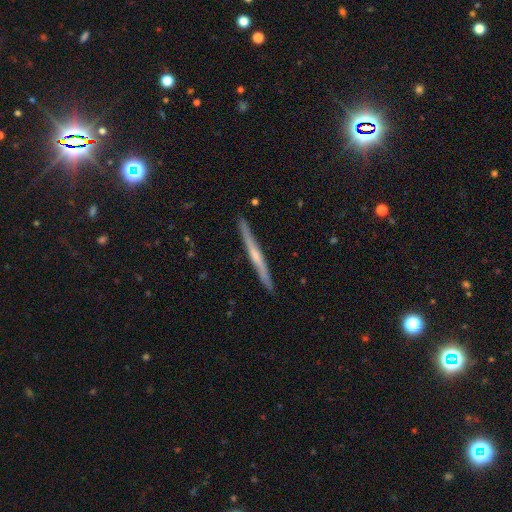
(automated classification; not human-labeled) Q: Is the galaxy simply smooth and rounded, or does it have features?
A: featured or disk — 64%.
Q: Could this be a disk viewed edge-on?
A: yes — 98%.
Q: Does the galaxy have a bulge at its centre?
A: none — 49%.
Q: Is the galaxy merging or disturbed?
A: none — 92%.